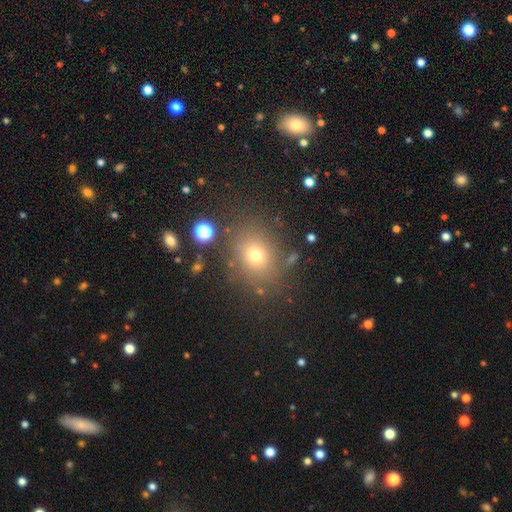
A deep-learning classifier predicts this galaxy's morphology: The model was most divided on "how rounded": round: 61%, in between: 38%, cigar-shaped: 1%. More confident: merging — none (81%); smooth or featured — smooth (70%).